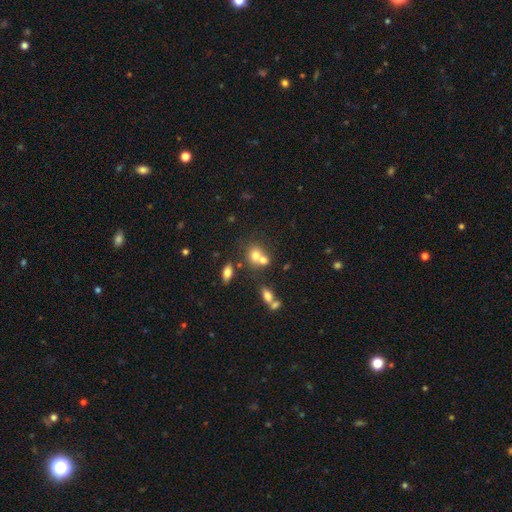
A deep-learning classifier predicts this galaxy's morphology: The model was most divided on "merging": merger: 54%, none: 33%, minor disturbance: 9%, major disturbance: 4%. More confident: smooth or featured — smooth (68%); how rounded — round (63%).